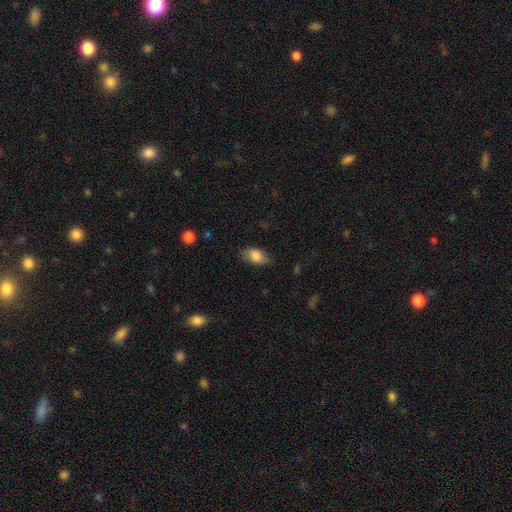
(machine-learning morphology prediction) smooth-or-featured: smooth: 80% | featured or disk: 13% | star or artifact: 7%
  how-rounded: in between: 89% | round: 8% | cigar-shaped: 3%
  merging: none: 75% | minor disturbance: 19% | major disturbance: 5% | merger: 1%